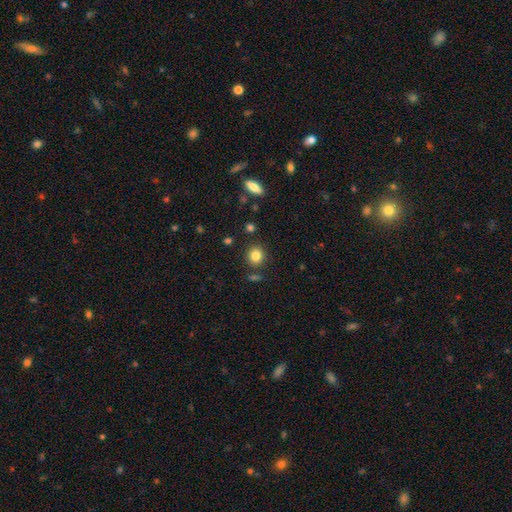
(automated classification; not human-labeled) A smooth galaxy with no disk features (83%) that is round (85%). Merging: none (85%).